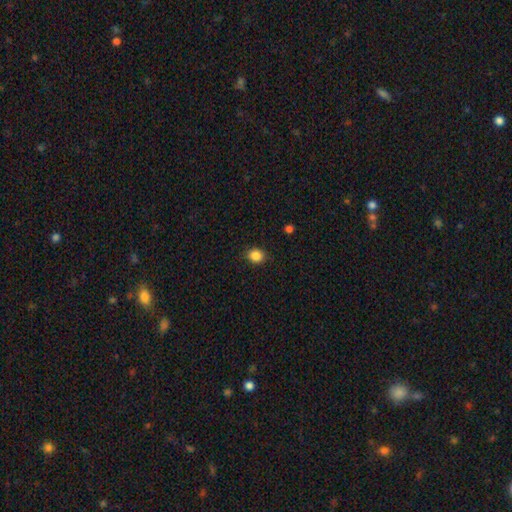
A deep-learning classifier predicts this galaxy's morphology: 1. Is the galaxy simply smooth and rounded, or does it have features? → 86% smooth, 10% star or artifact, 4% featured or disk.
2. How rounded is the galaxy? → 70% round, 29% in between, 1% cigar-shaped.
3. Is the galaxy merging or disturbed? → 88% none, 9% minor disturbance, 2% major disturbance, 1% merger.